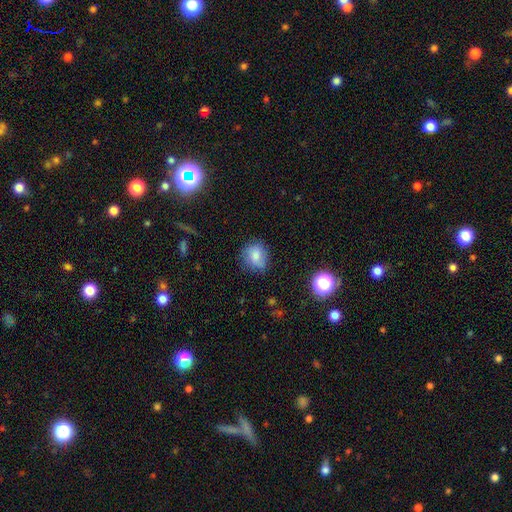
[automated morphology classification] This appears to be a smooth galaxy with no disk features (73%) that is round (72%). Merging: none (70%).